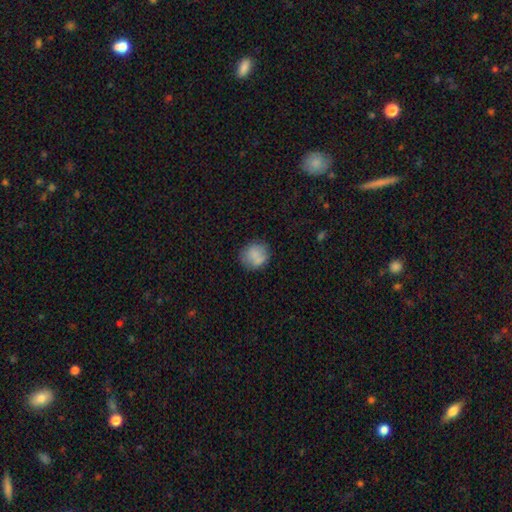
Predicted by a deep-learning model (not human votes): Overall: smooth (77%). How rounded: round (82%). Merging: none (66%).